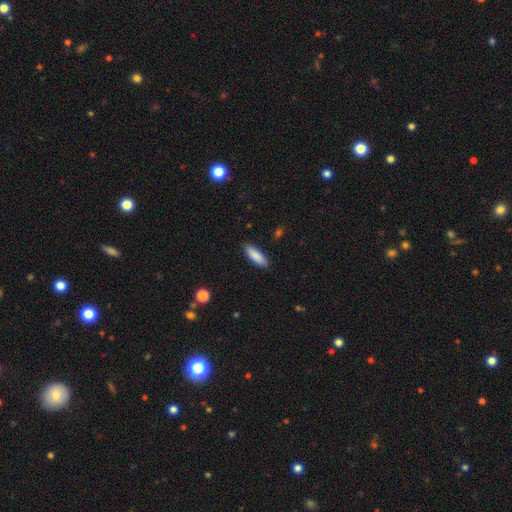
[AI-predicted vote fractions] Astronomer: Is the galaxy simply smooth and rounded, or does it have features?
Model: smooth — 87%.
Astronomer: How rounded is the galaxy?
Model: in between — 54% (runner-up: cigar-shaped, 45%).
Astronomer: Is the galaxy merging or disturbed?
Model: none — 87%.